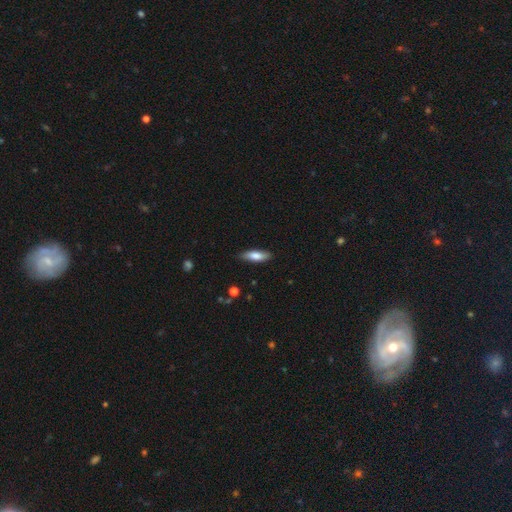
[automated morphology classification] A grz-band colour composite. It shows a smooth galaxy with no disk features (76%) that is in between round and cigar-shaped (52%). Merging: none (83%).